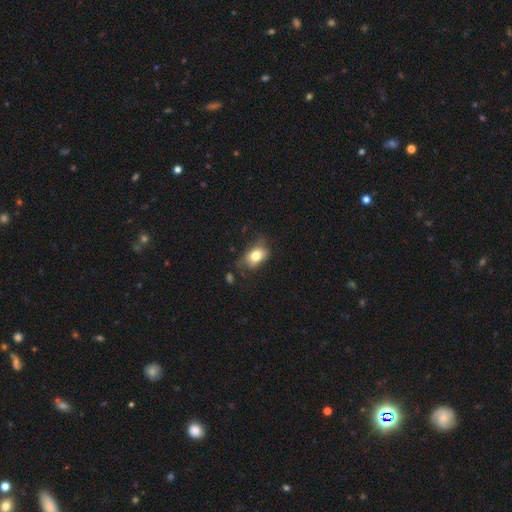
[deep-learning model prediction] Q: Smooth or featured?
A: smooth (76%); runner-up: featured or disk (15%)
Q: How rounded?
A: in between (78%); runner-up: round (20%)
Q: Merging?
A: none (49%); runner-up: minor disturbance (31%)